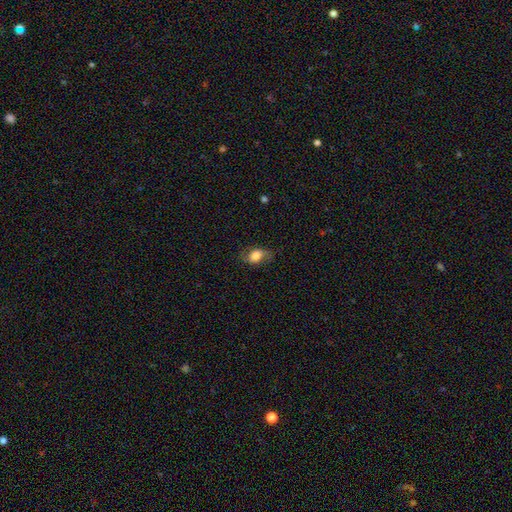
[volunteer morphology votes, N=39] Smooth or featured: smooth — 79% (featured or disk — 15%)
How rounded: in between — 71% (round — 29%)
Merging: none — 70% (minor disturbance — 24%)